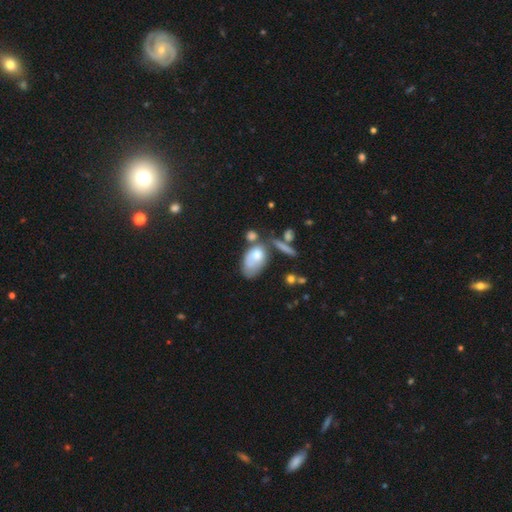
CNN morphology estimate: smooth 66%, featured or disk 26%, star or artifact 8%. Down the decision tree: how rounded — in between (88%); merging — none (30%).